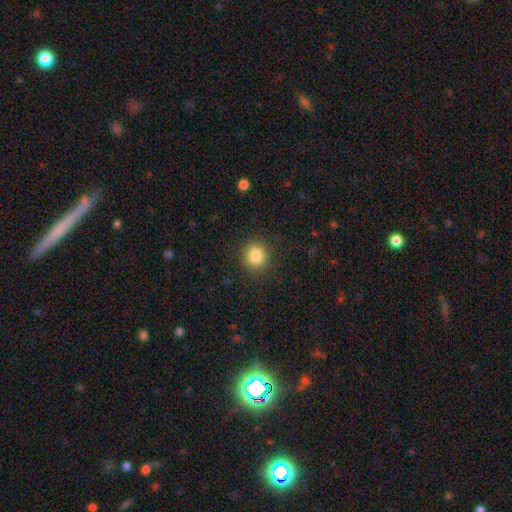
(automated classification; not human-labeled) smooth_or_featured: smooth (p=0.84) [alt: star or artifact p=0.11]
how_rounded: round (p=0.90) [alt: in between p=0.09]
merging: none (p=0.90) [alt: minor disturbance p=0.07]